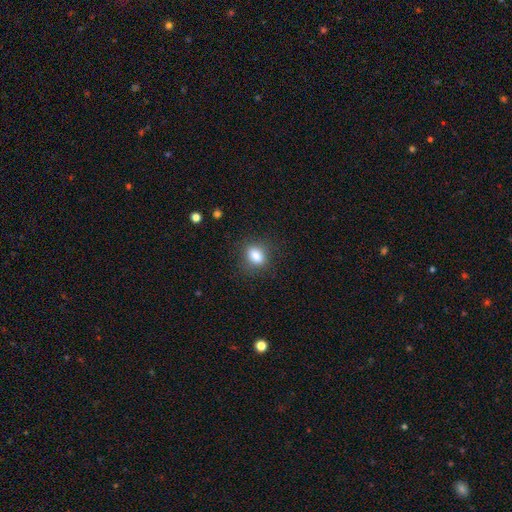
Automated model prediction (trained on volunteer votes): smooth_or_featured: smooth (p=0.84) [alt: star or artifact p=0.10]
how_rounded: in between (p=0.70) [alt: round p=0.28]
merging: none (p=0.82) [alt: minor disturbance p=0.13]